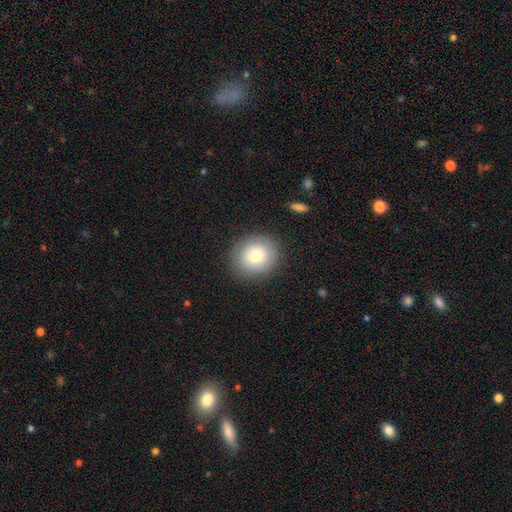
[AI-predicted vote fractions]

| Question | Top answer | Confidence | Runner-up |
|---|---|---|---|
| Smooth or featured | smooth | 77% | featured or disk (14%) |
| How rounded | round | 85% | in between (14%) |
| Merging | none | 88% | minor disturbance (8%) |